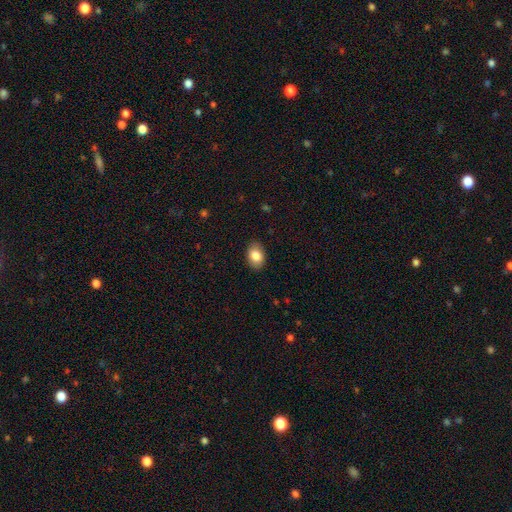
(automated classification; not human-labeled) Morphology: type=smooth (84%); roundness=in between (84%); merging=none (88%).